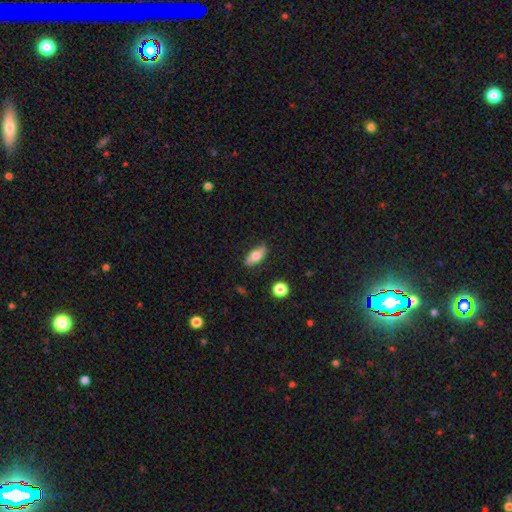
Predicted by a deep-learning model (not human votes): Q: Smooth or featured?
A: smooth (72%); runner-up: featured or disk (21%)
Q: How rounded?
A: in between (86%); runner-up: cigar-shaped (11%)
Q: Merging?
A: none (84%); runner-up: minor disturbance (12%)